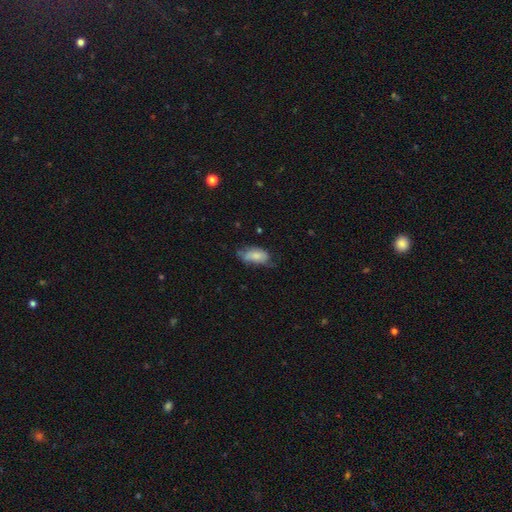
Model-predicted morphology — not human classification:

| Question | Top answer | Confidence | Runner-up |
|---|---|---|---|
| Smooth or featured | smooth | 76% | featured or disk (17%) |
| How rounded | in between | 91% | cigar-shaped (6%) |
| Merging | none | 45% | minor disturbance (38%) |